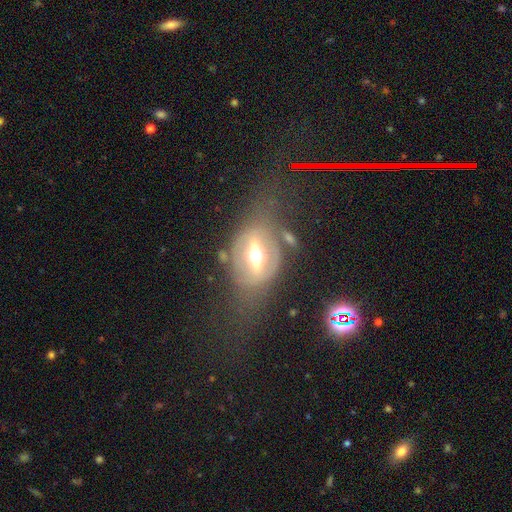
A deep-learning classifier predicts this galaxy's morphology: Smooth or featured? Predicted: featured or disk (p=0.67). Edge-on disk? Predicted: no (p=0.69). Merging? Predicted: none (p=0.49).